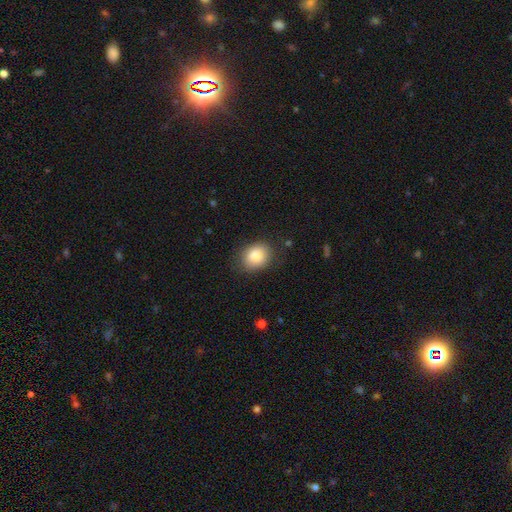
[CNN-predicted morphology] The model was most divided on "how rounded": round: 50%, in between: 49%, cigar-shaped: 1%. More confident: smooth or featured — smooth (86%); merging — none (82%).